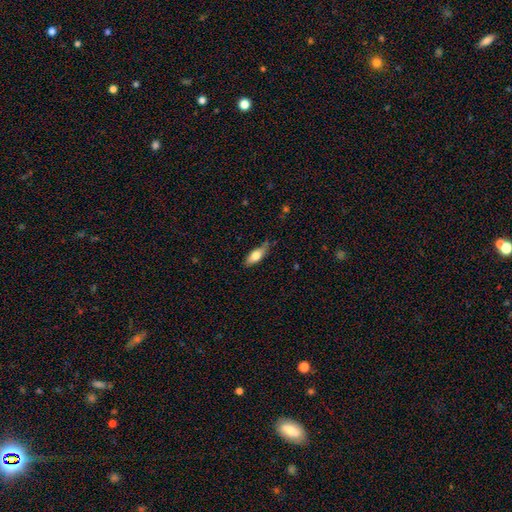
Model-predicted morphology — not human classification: Smooth or featured?
  - smooth: 74% *
  - featured or disk: 19%
  - star or artifact: 6%
How rounded?
  - in between: 75% *
  - cigar-shaped: 22%
  - round: 3%
Merging?
  - none: 71% *
  - minor disturbance: 22%
  - major disturbance: 4%
  - merger: 3%